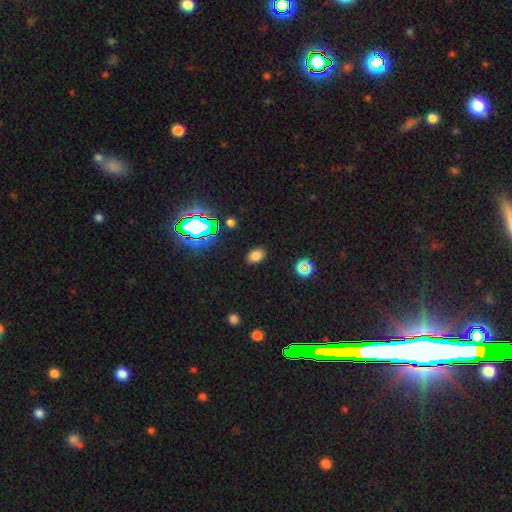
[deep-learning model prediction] This is likely a smooth galaxy (75%). How rounded: clearly in between (81%). Merging: clearly none (87%).